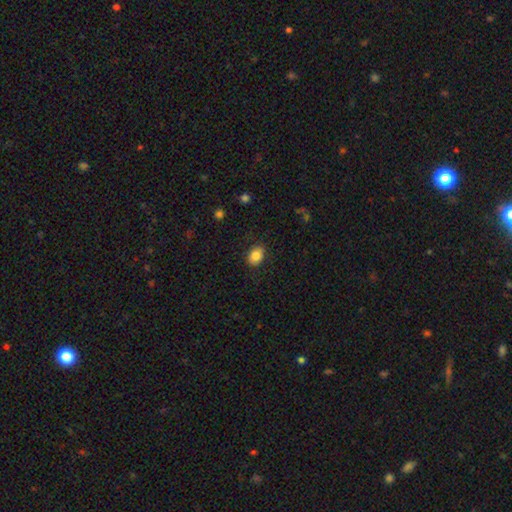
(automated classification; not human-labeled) This appears to be a smooth galaxy with no disk features (85%) that is in between round and cigar-shaped (70%). Merging: none (85%).